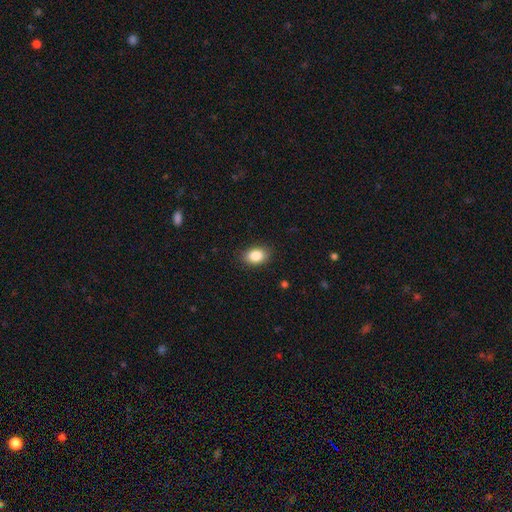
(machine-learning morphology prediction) Overall: smooth (86%). How rounded: in between (82%). Merging: none (88%).